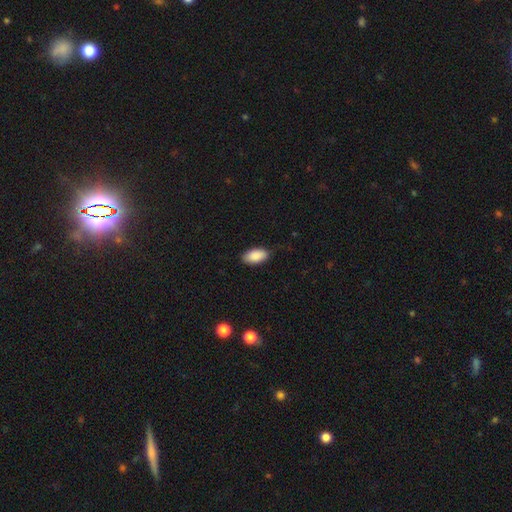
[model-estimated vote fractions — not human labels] Smooth or featured: smooth — 89% (star or artifact — 6%)
How rounded: in between — 94% (cigar-shaped — 3%)
Merging: none — 81% (minor disturbance — 16%)